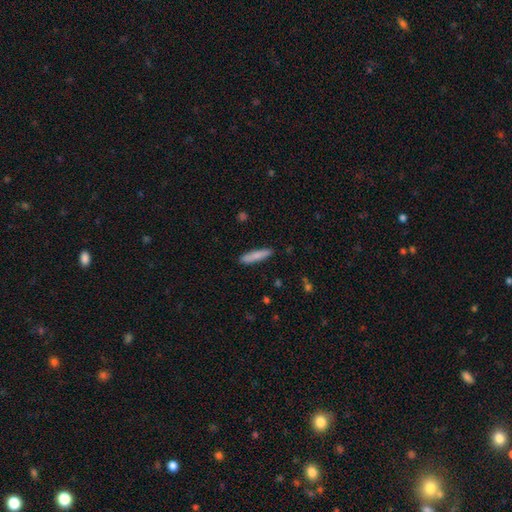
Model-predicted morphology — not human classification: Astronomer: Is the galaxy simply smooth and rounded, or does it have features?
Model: smooth — 81%.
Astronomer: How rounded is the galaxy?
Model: cigar-shaped — 85%.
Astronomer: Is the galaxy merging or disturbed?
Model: none — 88%.